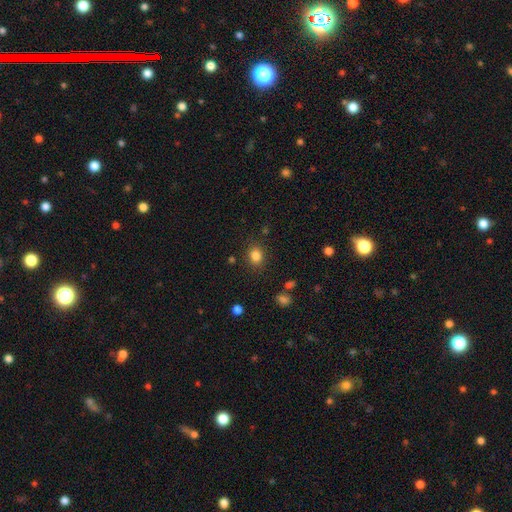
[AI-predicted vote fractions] smooth-or-featured: smooth: 83% | star or artifact: 12% | featured or disk: 5%
  how-rounded: round: 55% | in between: 44% | cigar-shaped: 1%
  merging: none: 84% | minor disturbance: 10% | major disturbance: 4% | merger: 2%